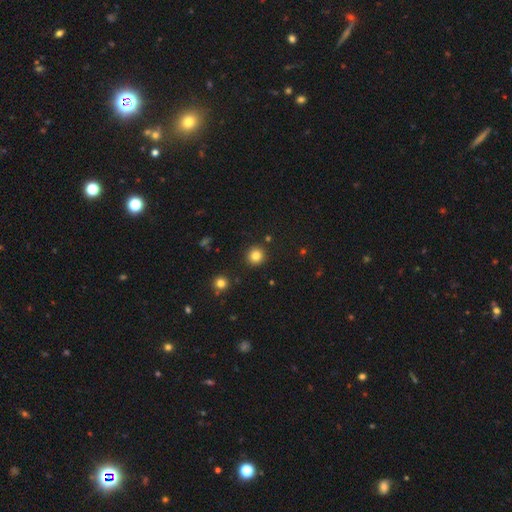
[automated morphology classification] Smooth or featured? smooth (84%)
How rounded? round (93%)
Merging? none (90%)